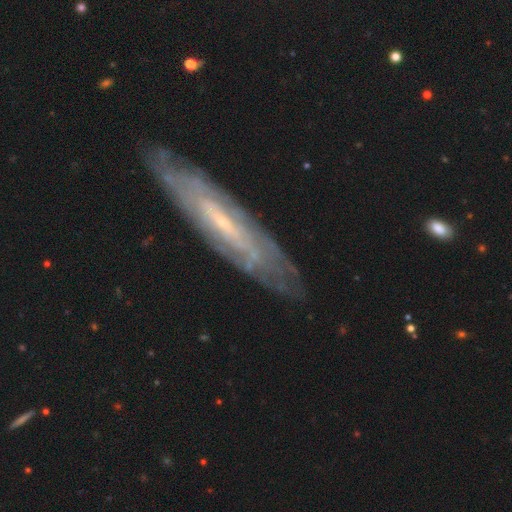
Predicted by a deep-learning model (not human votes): Q: Smooth or featured?
A: featured or disk (80%); runner-up: smooth (13%)
Q: Edge-on disk?
A: no (65%); runner-up: yes (35%)
Q: Bar?
A: weak (41%); runner-up: no (38%)
Q: Spiral arms?
A: yes (87%); runner-up: no (13%)
Q: Bulge size?
A: small (74%); runner-up: moderate (18%)
Q: Merging?
A: none (81%); runner-up: minor disturbance (14%)